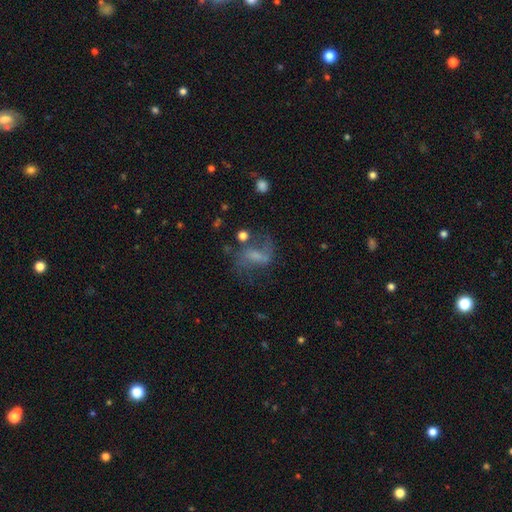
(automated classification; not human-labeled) Smooth or featured?
  - featured or disk: 60% *
  - smooth: 26%
  - star or artifact: 14%
Edge-on disk?
  - no: 96% *
  - yes: 4%
Bar?
  - weak: 45% *
  - no: 32%
  - strong: 24%
Spiral arms?
  - yes: 79% *
  - no: 21%
Bulge size?
  - small: 34% *
  - none: 32%
  - moderate: 25%
  - large: 6%
  - dominant: 2%
Merging?
  - none: 48% *
  - major disturbance: 26%
  - minor disturbance: 20%
  - merger: 6%